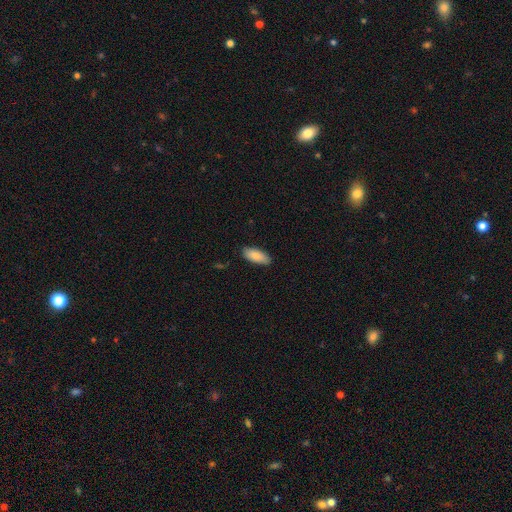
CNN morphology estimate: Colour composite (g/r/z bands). It shows a smooth galaxy with no disk features (86%) that is in between round and cigar-shaped (84%). Merging: none (87%).